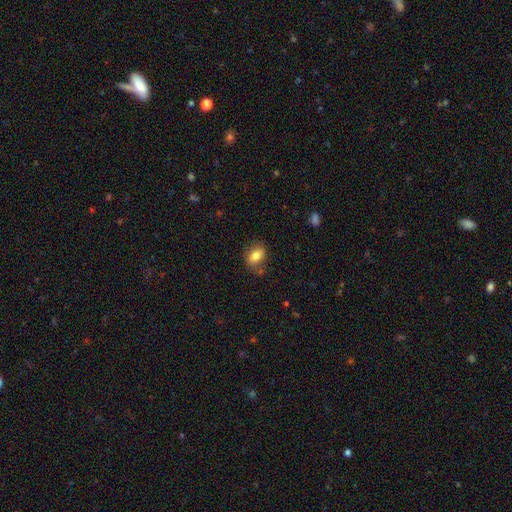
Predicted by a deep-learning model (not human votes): Morphology: type=smooth (78%); roundness=in between (81%); merging=none (74%).